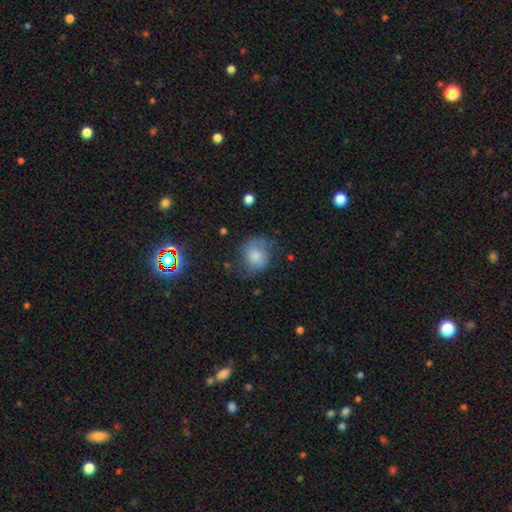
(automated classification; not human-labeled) A smooth galaxy with no disk features (63%) that is round (69%). Merging: none (50%).